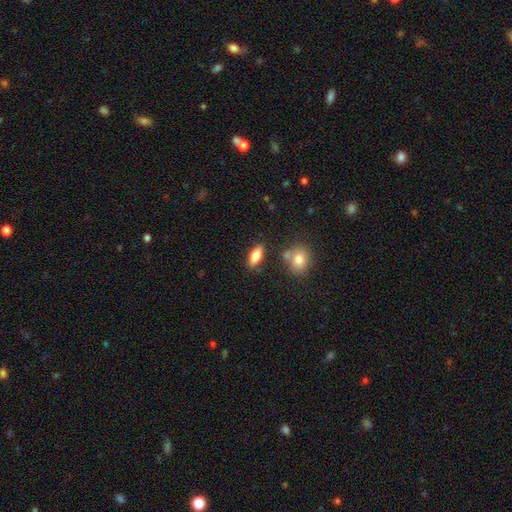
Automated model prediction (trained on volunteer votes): A smooth galaxy with no disk features (76%) that is in between round and cigar-shaped (76%).

Vote fractions:
- Smooth or featured? smooth: 76% / featured or disk: 17% / star or artifact: 7%
- How rounded? in between: 76% / cigar-shaped: 20% / round: 3%
- Merging? none: 79% / minor disturbance: 11% / merger: 7% / major disturbance: 3%